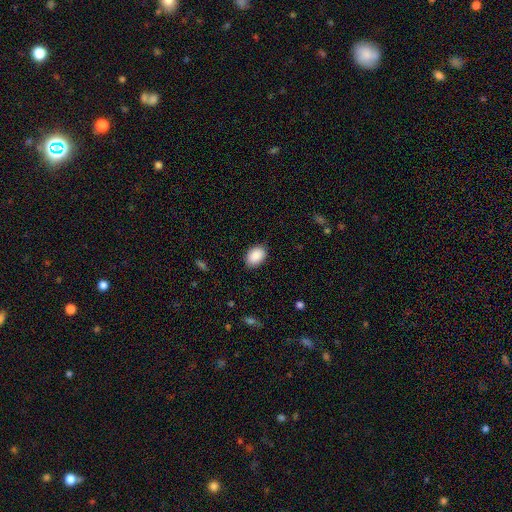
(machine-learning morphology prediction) Smooth or featured? smooth (90%)
How rounded? in between (85%)
Merging? none (84%)